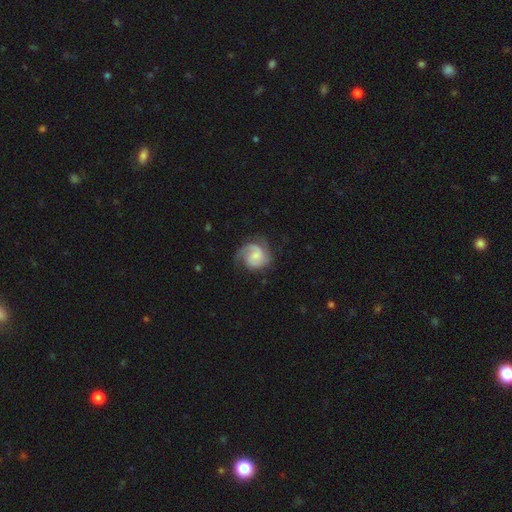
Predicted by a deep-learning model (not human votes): A featured or disk galaxy (78%) with no bar (55%), 2 (60%) medium (44%) spiral arms (96%) and a small central bulge (49%).

Vote fractions:
- Smooth or featured? featured or disk: 78% / smooth: 17% / star or artifact: 5%
- Edge-on disk? no: 98% / yes: 2%
- Bar? no: 55% / weak: 39% / strong: 6%
- Spiral arms? yes: 96% / no: 4%
- Spiral winding? medium: 44% / tight: 36% / loose: 19%
- Spiral arm count? 2: 60% / 1: 25% / can't tell: 7% / 3: 5% / 4: 1% / more than 4: 1%
- Bulge size? small: 49% / moderate: 29% / none: 17% / large: 4% / dominant: 1%
- Merging? none: 64% / minor disturbance: 21% / major disturbance: 13% / merger: 1%